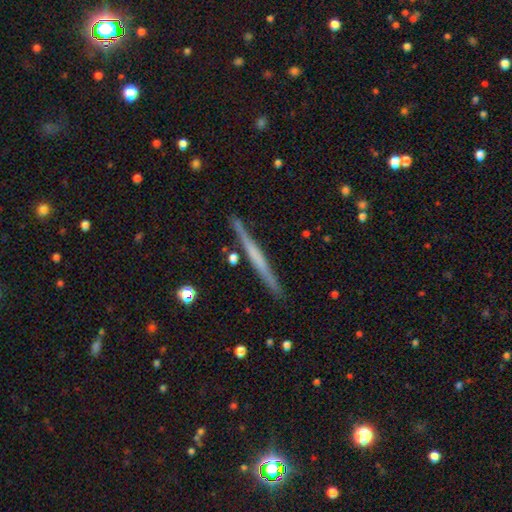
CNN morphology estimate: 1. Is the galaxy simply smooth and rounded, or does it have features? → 55% featured or disk, 39% smooth, 6% star or artifact.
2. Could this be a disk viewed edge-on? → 98% yes, 2% no.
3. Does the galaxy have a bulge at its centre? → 81% none, 12% rounded, 7% boxy.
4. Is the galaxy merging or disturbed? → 89% none, 7% minor disturbance, 2% merger, 1% major disturbance.